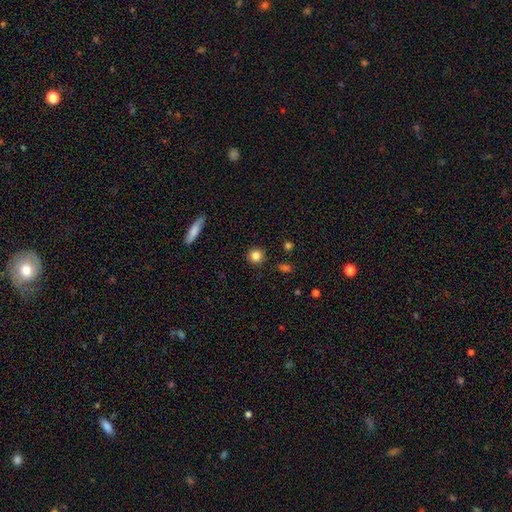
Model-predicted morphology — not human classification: A smooth galaxy with no disk features (84%) that is round (93%).

Vote fractions:
- Smooth or featured? smooth: 84% / star or artifact: 10% / featured or disk: 6%
- How rounded? round: 93% / in between: 6% / cigar-shaped: 1%
- Merging? none: 90% / minor disturbance: 6% / major disturbance: 2% / merger: 2%